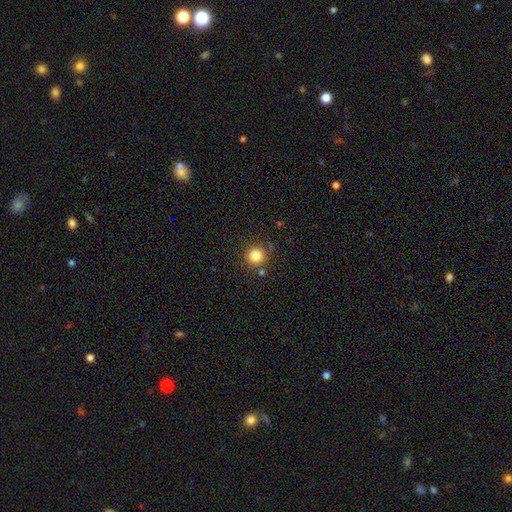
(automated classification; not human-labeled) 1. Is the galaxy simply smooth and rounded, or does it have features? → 82% smooth, 13% star or artifact, 5% featured or disk.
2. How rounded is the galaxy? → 94% round, 5% in between, 1% cigar-shaped.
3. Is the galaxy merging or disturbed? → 86% none, 7% minor disturbance, 5% merger, 2% major disturbance.